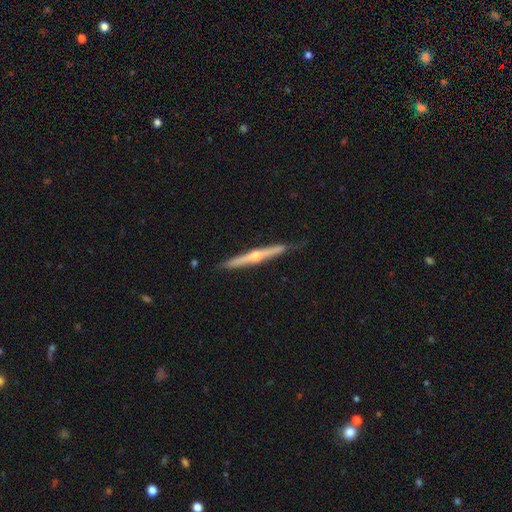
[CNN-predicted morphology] This is likely a featured or disk galaxy (76%). It is clearly viewed edge-on (98%). Edge-on bulge: clearly rounded (89%). Merging: clearly none (85%).